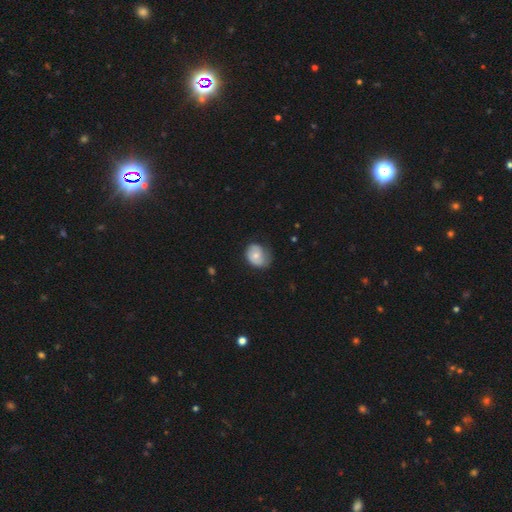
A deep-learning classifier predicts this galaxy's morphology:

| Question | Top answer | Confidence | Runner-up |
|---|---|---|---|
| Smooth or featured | smooth | 63% | featured or disk (29%) |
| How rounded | in between | 58% | round (41%) |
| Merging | none | 54% | minor disturbance (34%) |